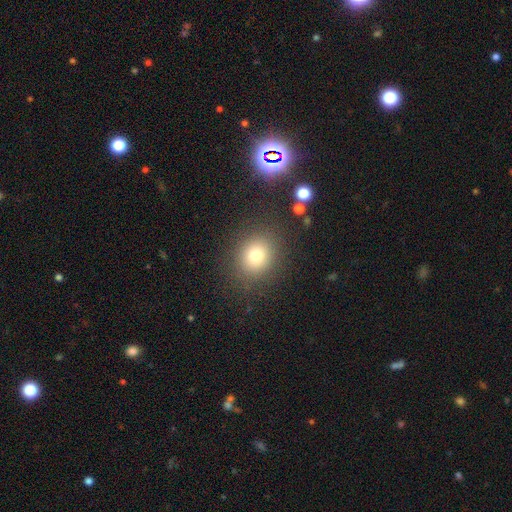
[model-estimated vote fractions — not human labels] Smooth or featured? smooth (75%)
How rounded? round (75%)
Merging? none (86%)